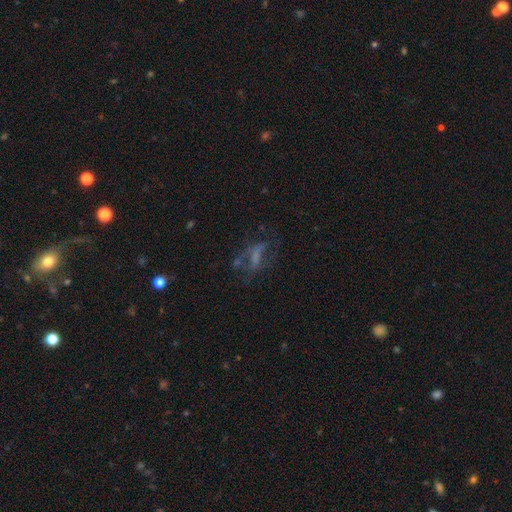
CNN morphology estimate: smooth_or_featured: featured or disk (p=0.44) [alt: smooth p=0.35]
merging: none (p=0.40) [alt: major disturbance p=0.34]